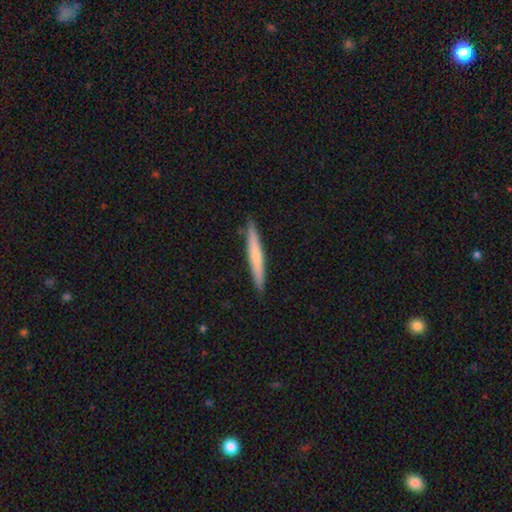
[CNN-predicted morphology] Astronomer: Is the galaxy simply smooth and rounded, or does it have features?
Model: smooth — 59% (runner-up: featured or disk, 36%).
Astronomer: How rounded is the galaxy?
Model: cigar-shaped — 96%.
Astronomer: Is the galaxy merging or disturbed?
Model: none — 91%.